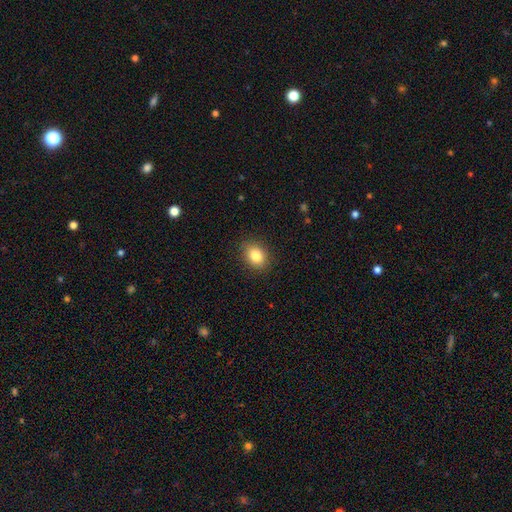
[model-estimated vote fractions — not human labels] Smooth or featured? smooth (84%)
How rounded? in between (55%)
Merging? none (87%)